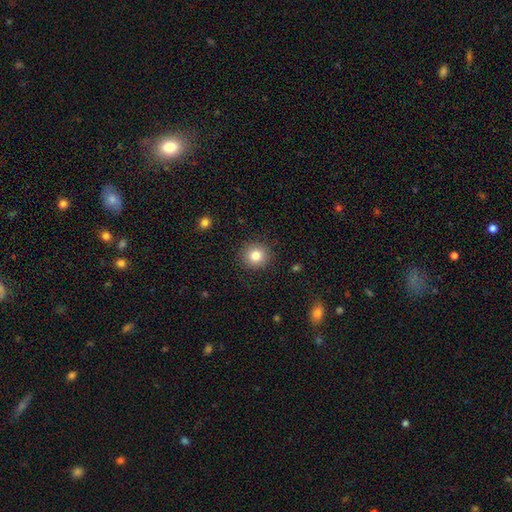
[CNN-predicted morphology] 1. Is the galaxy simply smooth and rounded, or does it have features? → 82% smooth, 10% star or artifact, 8% featured or disk.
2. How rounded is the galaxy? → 92% round, 7% in between, 1% cigar-shaped.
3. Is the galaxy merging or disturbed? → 90% none, 7% minor disturbance, 2% major disturbance, 1% merger.